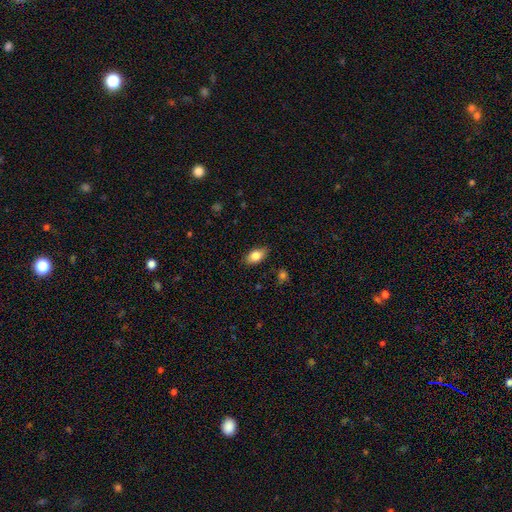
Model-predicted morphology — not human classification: smooth 83%, featured or disk 9%, star or artifact 8%. Down the decision tree: how rounded — in between (89%); merging — none (83%).